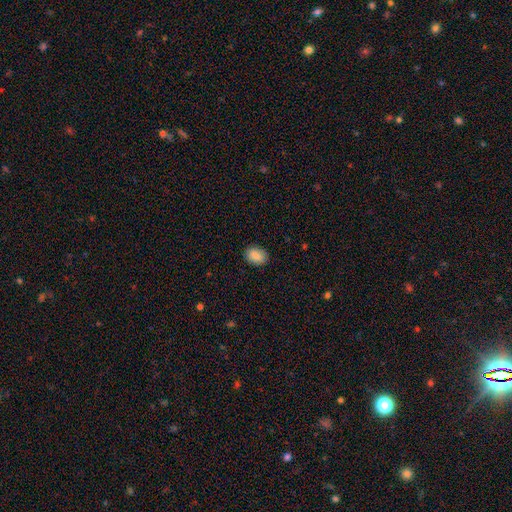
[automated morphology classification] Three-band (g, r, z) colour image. It shows a smooth galaxy with no disk features (86%) that is in between round and cigar-shaped (78%). Merging: none (88%).